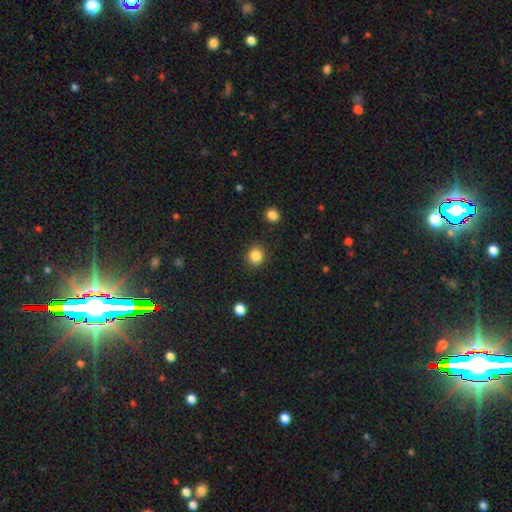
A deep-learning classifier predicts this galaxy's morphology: Overall: smooth (85%). How rounded: round (79%). Merging: none (89%).